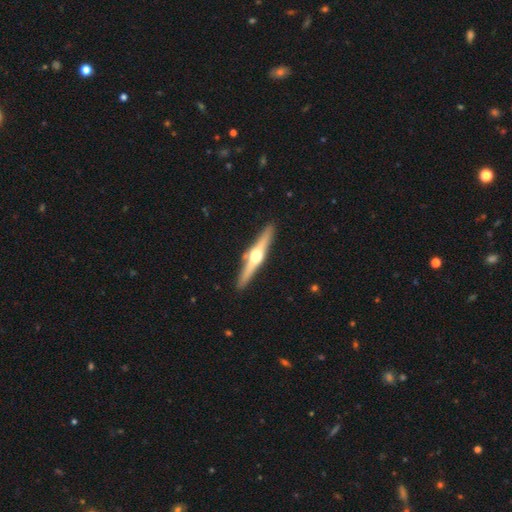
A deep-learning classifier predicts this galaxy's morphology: smooth_or_featured: featured or disk (p=0.75) [alt: smooth p=0.21]
disk_edge_on: yes (p=0.98) [alt: no p=0.02]
edge_on_bulge: rounded (p=0.95) [alt: boxy p=0.03]
merging: none (p=0.90) [alt: minor disturbance p=0.07]